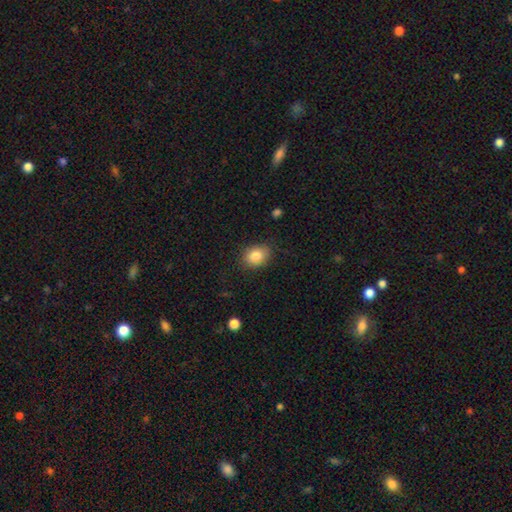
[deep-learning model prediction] This is clearly a smooth galaxy (85%). How rounded: likely in between (63%). Merging: clearly none (82%).